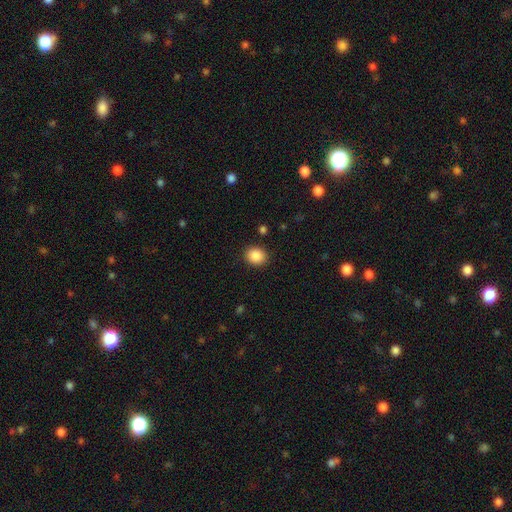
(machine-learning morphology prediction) smooth-or-featured: smooth: 88% | star or artifact: 9% | featured or disk: 4%
  how-rounded: round: 71% | in between: 28% | cigar-shaped: 1%
  merging: none: 90% | minor disturbance: 7% | major disturbance: 2% | merger: 1%